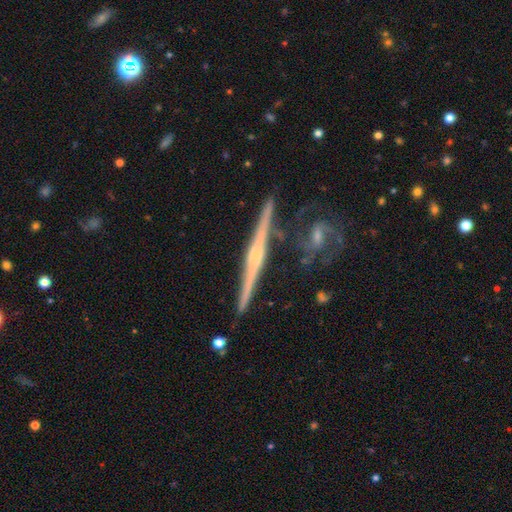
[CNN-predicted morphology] smooth_or_featured: featured or disk (p=0.84) [alt: smooth p=0.10]
disk_edge_on: yes (p=0.97) [alt: no p=0.03]
edge_on_bulge: rounded (p=0.63) [alt: none p=0.21]
merging: none (p=0.79) [alt: minor disturbance p=0.11]